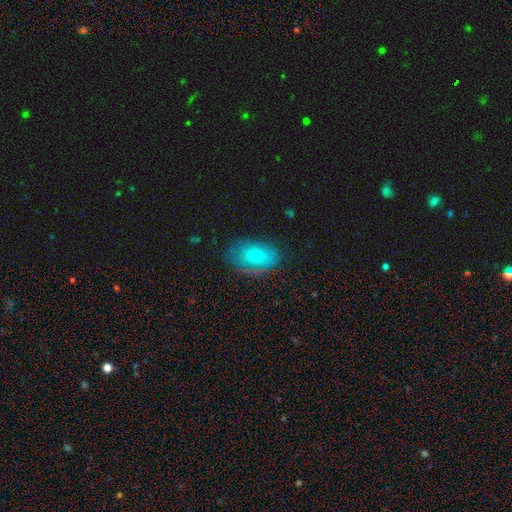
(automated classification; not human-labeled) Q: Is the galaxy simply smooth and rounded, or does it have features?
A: smooth — 60%.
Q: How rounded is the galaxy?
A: in between — 83%.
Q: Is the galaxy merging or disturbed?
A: none — 65%.